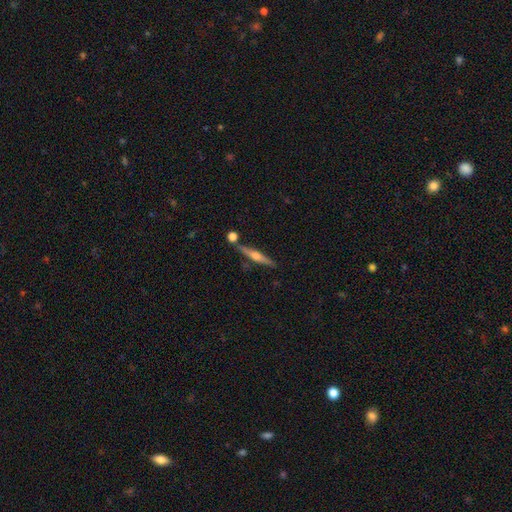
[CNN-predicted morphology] smooth_or_featured: featured or disk (p=0.68) [alt: smooth p=0.25]
disk_edge_on: yes (p=0.97) [alt: no p=0.03]
edge_on_bulge: rounded (p=0.89) [alt: boxy p=0.06]
merging: none (p=0.80) [alt: minor disturbance p=0.10]